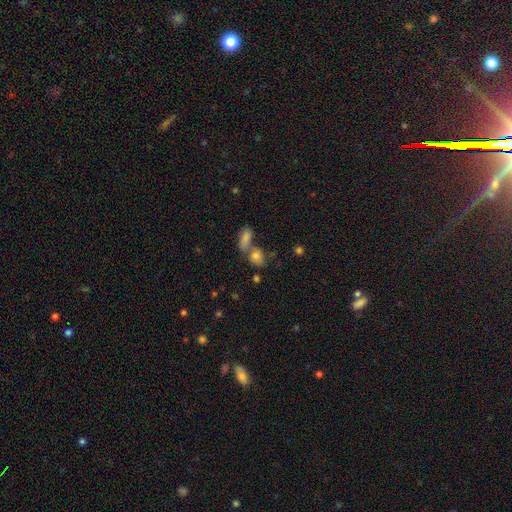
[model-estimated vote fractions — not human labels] smooth_or_featured: smooth (p=0.74) [alt: star or artifact p=0.13]
how_rounded: in between (p=0.61) [alt: round p=0.35]
merging: merger (p=0.46) [alt: none p=0.39]